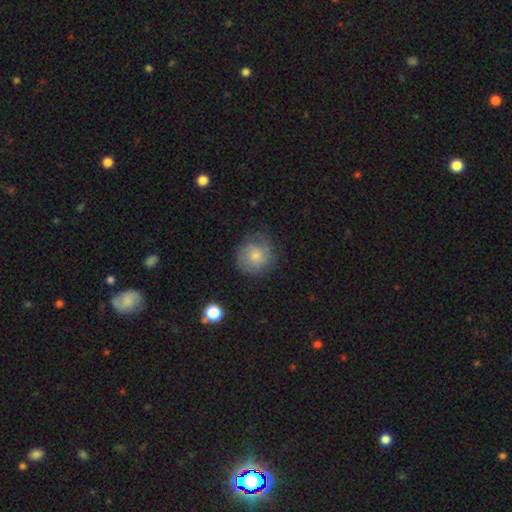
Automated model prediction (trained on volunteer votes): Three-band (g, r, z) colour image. It shows a smooth galaxy with no disk features (71%) that is round (88%). Merging: none (69%).